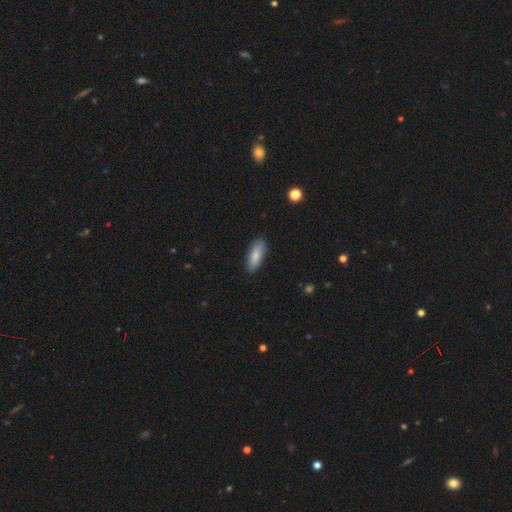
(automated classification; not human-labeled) smooth_or_featured: smooth (p=0.82) [alt: featured or disk p=0.12]
how_rounded: in between (p=0.68) [alt: cigar-shaped p=0.30]
merging: none (p=0.85) [alt: minor disturbance p=0.12]